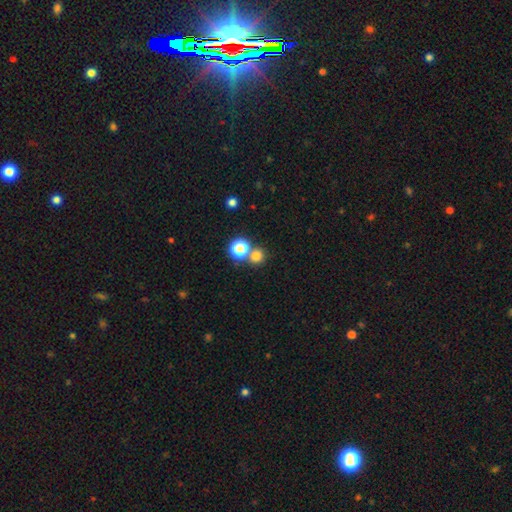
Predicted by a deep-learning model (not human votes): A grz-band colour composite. It shows a smooth galaxy with no disk features (75%) that is round (87%). Merging: none (61%).